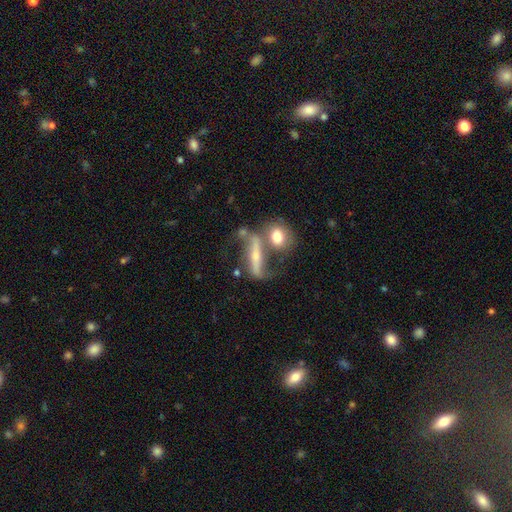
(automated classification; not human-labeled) smooth_or_featured: featured or disk (p=0.67) [alt: smooth p=0.25]
disk_edge_on: no (p=0.52) [alt: yes p=0.48]
merging: none (p=0.41) [alt: merger p=0.31]